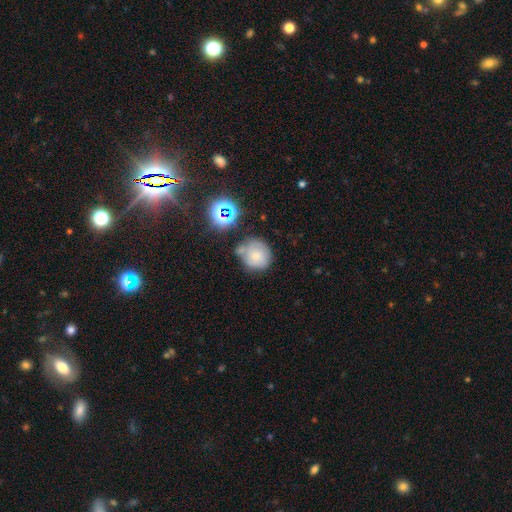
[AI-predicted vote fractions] This appears to be a smooth galaxy with no disk features (64%) that is round (87%). Merging: none (53%).